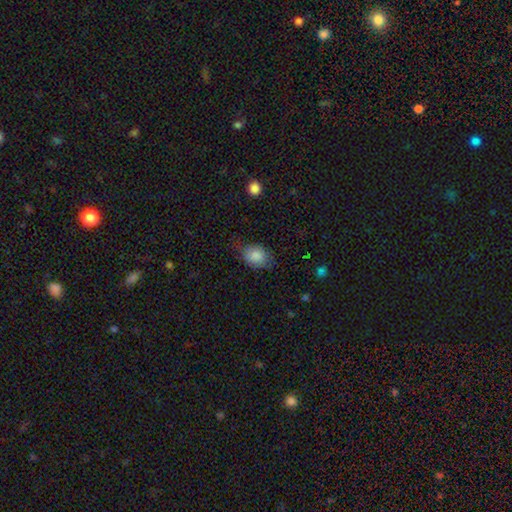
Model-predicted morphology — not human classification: smooth_or_featured: smooth (p=0.84) [alt: featured or disk p=0.09]
how_rounded: in between (p=0.62) [alt: round p=0.36]
merging: none (p=0.57) [alt: minor disturbance p=0.31]